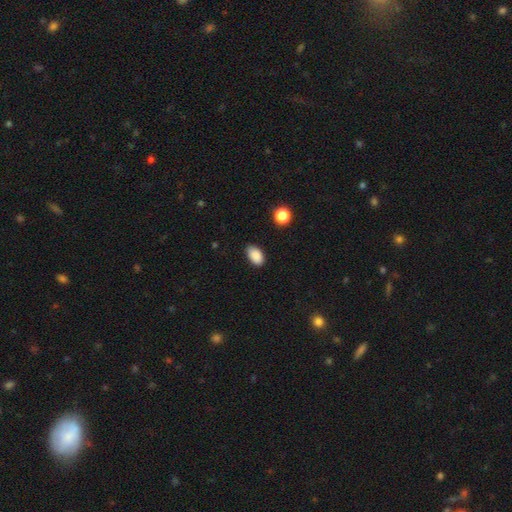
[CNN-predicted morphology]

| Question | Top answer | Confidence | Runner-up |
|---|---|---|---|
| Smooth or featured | smooth | 89% | star or artifact (8%) |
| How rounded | in between | 92% | round (6%) |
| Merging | none | 80% | minor disturbance (16%) |